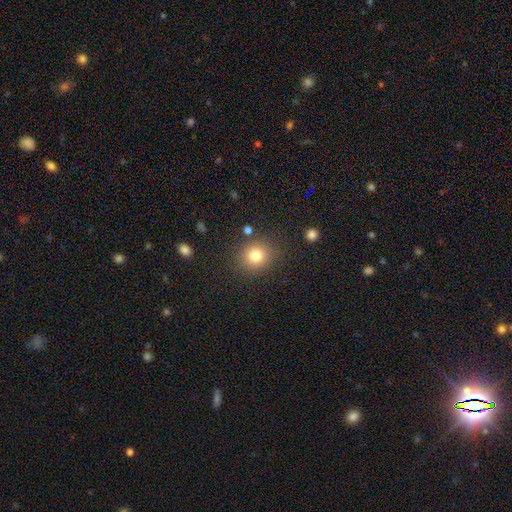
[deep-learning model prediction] Smooth or featured? Predicted: smooth (p=0.80). How rounded? Predicted: round (p=0.82). Merging? Predicted: none (p=0.84).